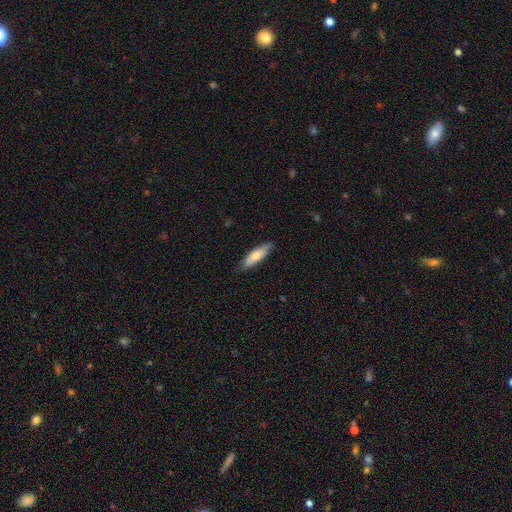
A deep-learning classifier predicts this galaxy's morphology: A smooth galaxy with no disk features (72%) that is cigar-shaped (57%). Merging: none (82%).